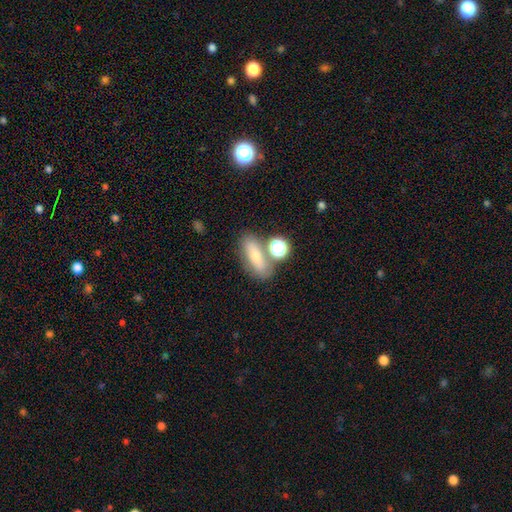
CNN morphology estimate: Smooth or featured? smooth (61%)
How rounded? in between (60%)
Merging? none (62%)